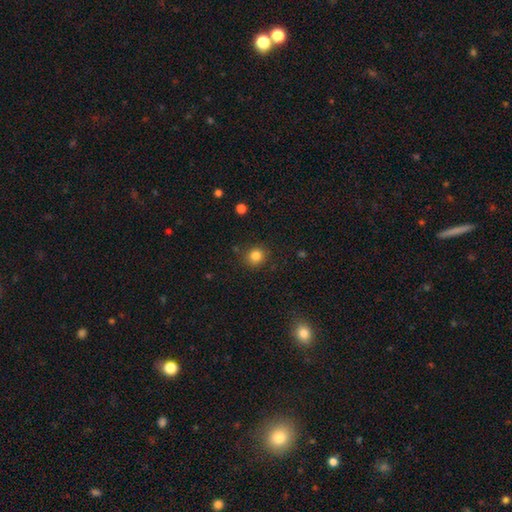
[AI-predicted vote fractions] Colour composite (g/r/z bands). It shows a smooth galaxy with no disk features (84%) that is round (86%). Merging: none (86%).